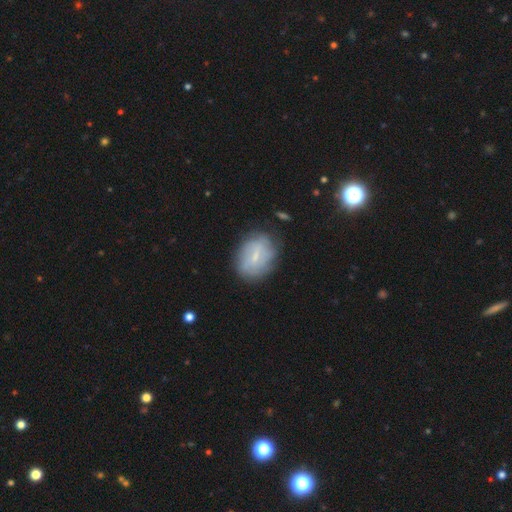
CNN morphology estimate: A featured or disk galaxy (47%).

Vote fractions:
- Smooth or featured? featured or disk: 47% / smooth: 44% / star or artifact: 9%
- Merging? none: 72% / minor disturbance: 19% / major disturbance: 7% / merger: 2%